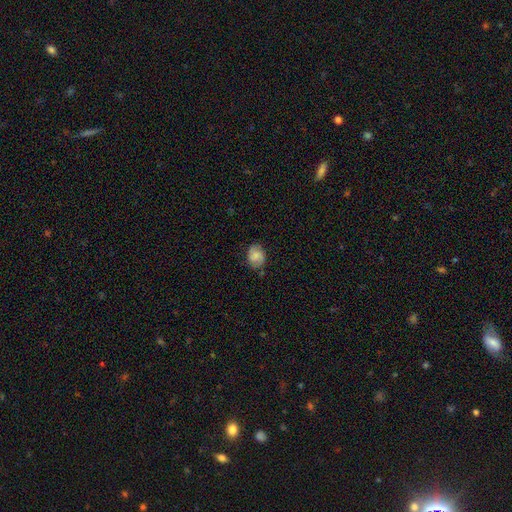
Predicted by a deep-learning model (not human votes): This appears to be a smooth galaxy with no disk features (55%) that is in between round and cigar-shaped (51%). Merging: none (73%).